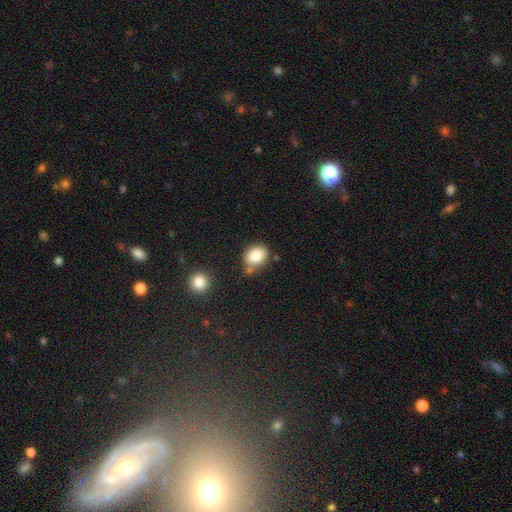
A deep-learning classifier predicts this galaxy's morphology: type=smooth (84%); roundness=in between (51%); merging=none (65%).